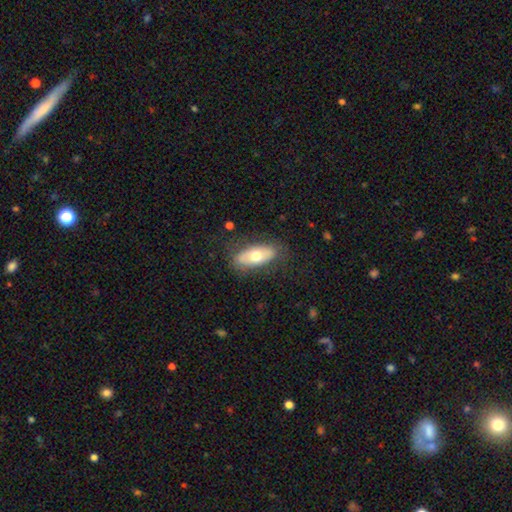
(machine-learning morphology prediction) Smooth or featured? Predicted: smooth (p=0.61). How rounded? Predicted: in between (p=0.85). Merging? Predicted: none (p=0.80).